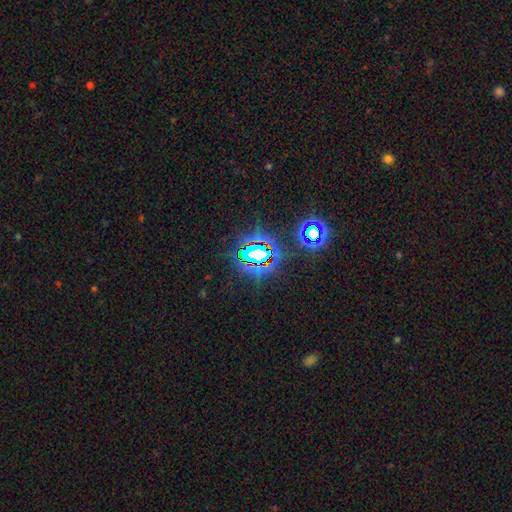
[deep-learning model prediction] Smooth or featured? star or artifact (77%)